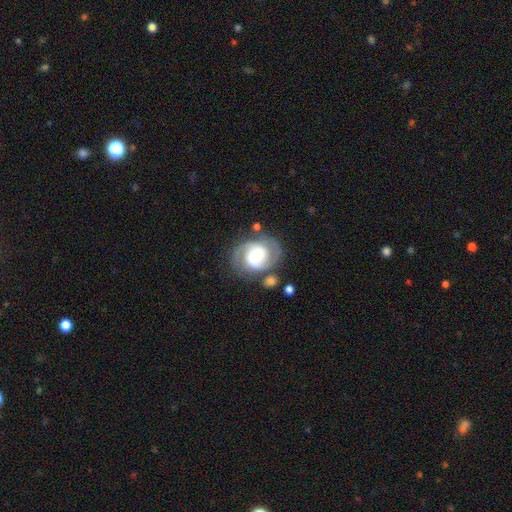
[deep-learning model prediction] Smooth or featured: featured or disk — 77% (smooth — 16%)
Edge-on disk: no — 98% (yes — 2%)
Bar: no — 48% (weak — 38%)
Spiral arms: yes — 93% (no — 7%)
Spiral winding: tight — 44% (medium — 43%)
Spiral arm count: 2 — 85% (can't tell — 6%)
Bulge size: large — 35% (moderate — 31%)
Merging: none — 68% (minor disturbance — 17%)